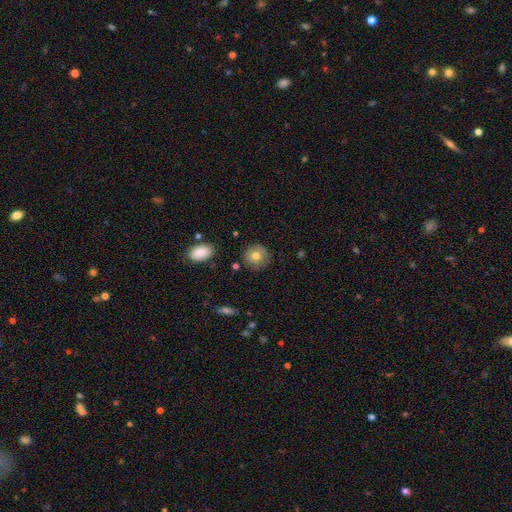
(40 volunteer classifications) Volunteers were most divided on "smooth or featured": smooth: 72%, featured or disk: 18%, star or artifact: 10%. More confident: how rounded — round (90%); merging — none (89%).